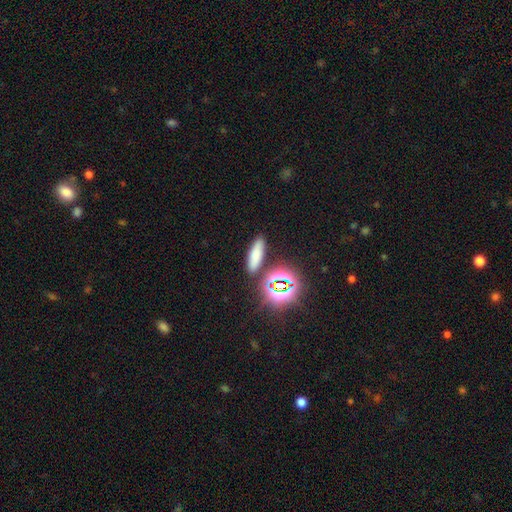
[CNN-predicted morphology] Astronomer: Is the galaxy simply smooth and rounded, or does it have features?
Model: smooth — 70%.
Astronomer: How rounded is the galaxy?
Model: in between — 46% (runner-up: cigar-shaped, 42%).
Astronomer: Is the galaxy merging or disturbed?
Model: none — 84%.